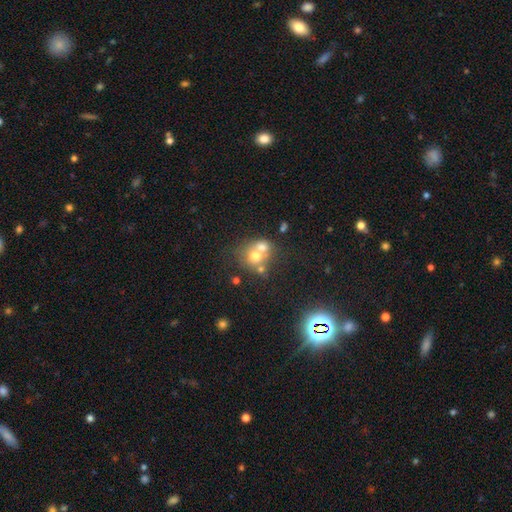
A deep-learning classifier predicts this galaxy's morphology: The model was most divided on "merging": merger: 58%, none: 31%, minor disturbance: 7%, major disturbance: 4%. More confident: how rounded — round (76%); smooth or featured — smooth (63%).